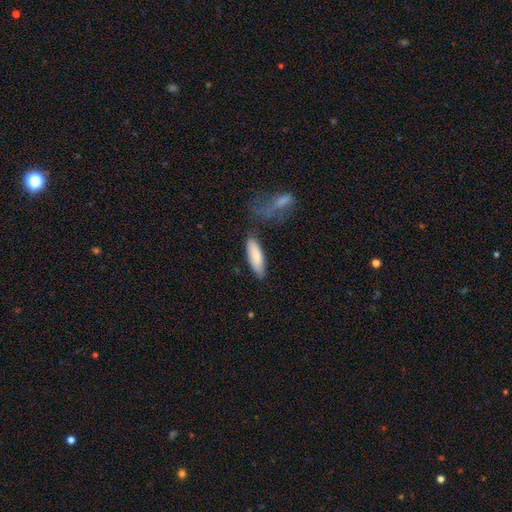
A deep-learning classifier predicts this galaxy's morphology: The model was most divided on "how rounded": in between: 55%, cigar-shaped: 44%, round: 2%. More confident: smooth or featured — smooth (82%); merging — none (76%).